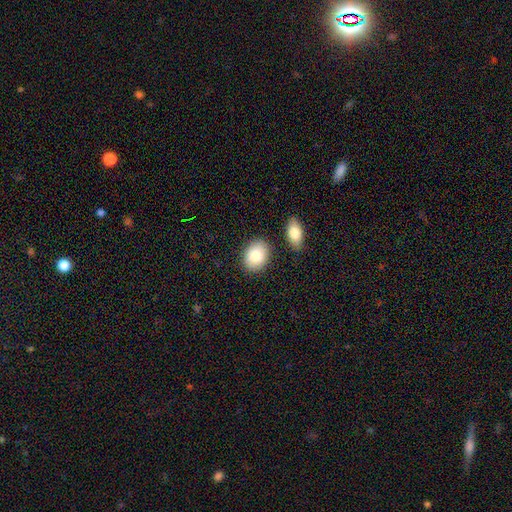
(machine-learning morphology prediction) smooth_or_featured: smooth (p=0.83) [alt: featured or disk p=0.10]
how_rounded: in between (p=0.68) [alt: round p=0.31]
merging: none (p=0.81) [alt: minor disturbance p=0.11]